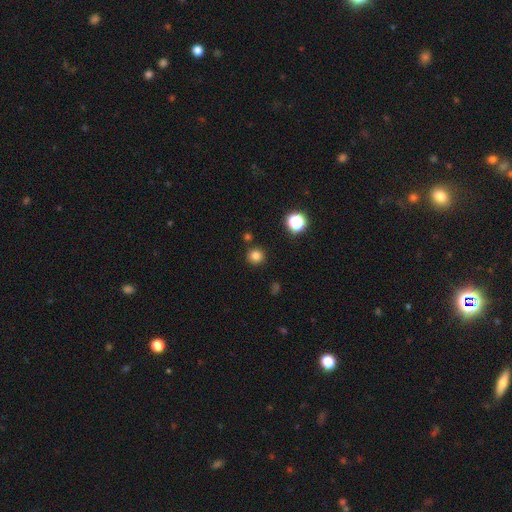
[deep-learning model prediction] Q: Smooth or featured?
A: smooth (80%); runner-up: star or artifact (16%)
Q: How rounded?
A: round (94%); runner-up: in between (5%)
Q: Merging?
A: none (87%); runner-up: minor disturbance (7%)